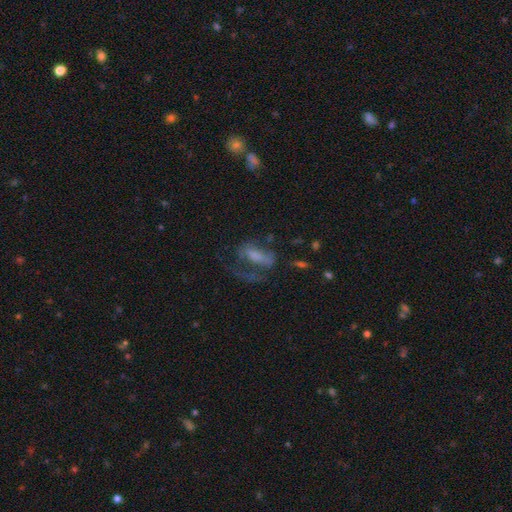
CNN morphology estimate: Smooth or featured: featured or disk — 53% (smooth — 31%)
Edge-on disk: no — 88% (yes — 12%)
Merging: major disturbance — 42% (none — 37%)